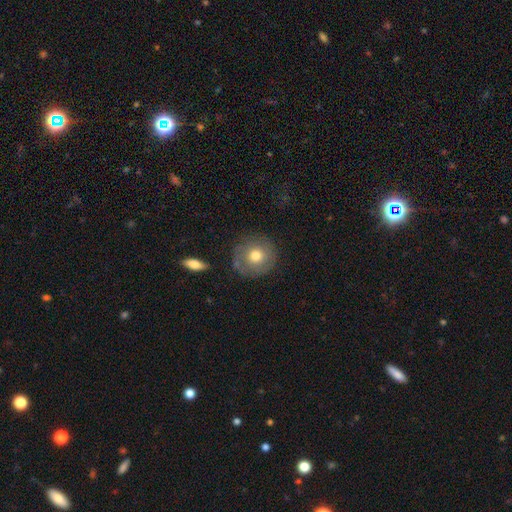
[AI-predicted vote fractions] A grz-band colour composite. It shows a smooth galaxy with no disk features (61%) that is round (92%). Merging: none (80%).